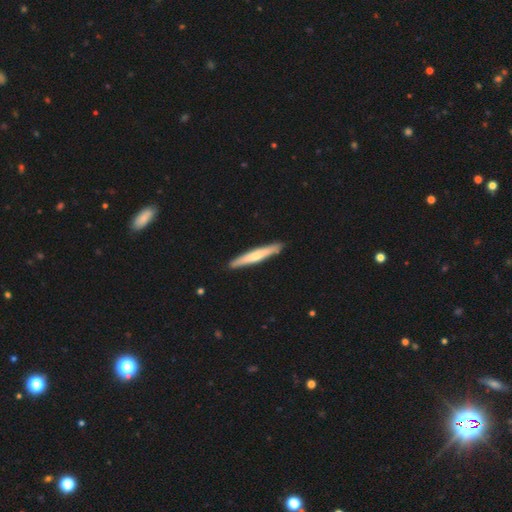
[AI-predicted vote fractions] This appears to be a smooth galaxy with no disk features (54%) that is cigar-shaped (95%). Merging: none (90%).